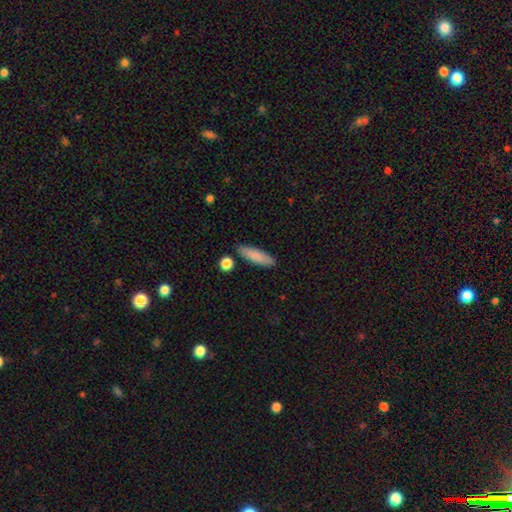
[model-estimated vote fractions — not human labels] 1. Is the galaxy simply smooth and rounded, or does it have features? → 85% smooth, 9% featured or disk, 6% star or artifact.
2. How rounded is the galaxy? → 60% cigar-shaped, 37% in between, 2% round.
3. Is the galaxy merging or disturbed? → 84% none, 10% minor disturbance, 4% merger, 2% major disturbance.